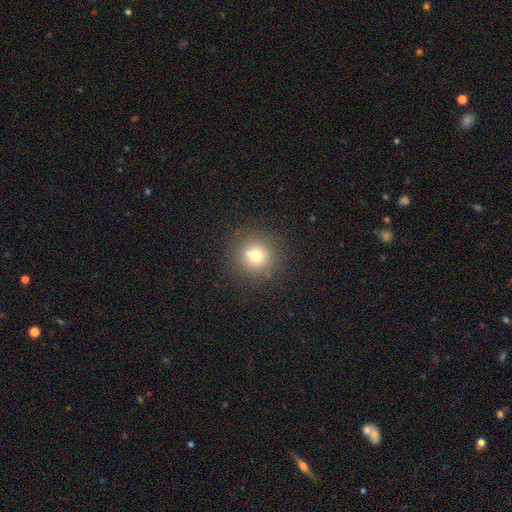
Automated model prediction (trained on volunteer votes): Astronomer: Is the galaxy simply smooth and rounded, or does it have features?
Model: smooth — 70%.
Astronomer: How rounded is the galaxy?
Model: round — 94%.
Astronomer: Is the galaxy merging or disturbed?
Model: none — 77%.